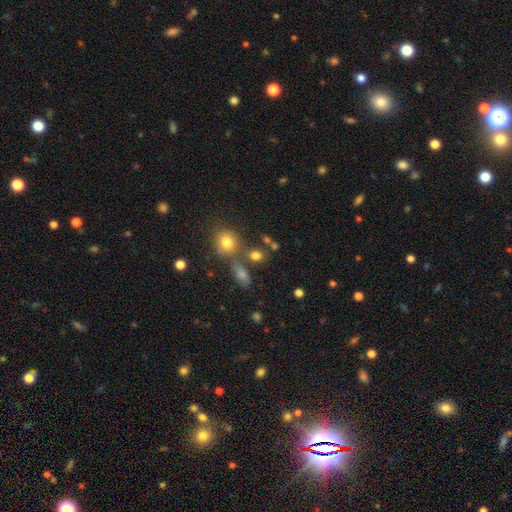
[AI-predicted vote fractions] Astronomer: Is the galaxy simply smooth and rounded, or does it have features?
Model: smooth — 76%.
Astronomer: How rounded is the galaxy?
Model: in between — 54% (runner-up: round, 43%).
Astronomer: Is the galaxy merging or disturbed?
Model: none — 57%.